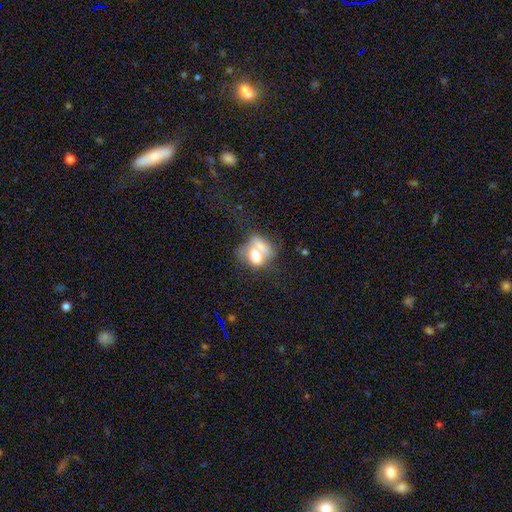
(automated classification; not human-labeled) Smooth or featured?
  - smooth: 64% *
  - featured or disk: 27%
  - star or artifact: 10%
How rounded?
  - in between: 58% *
  - round: 40%
  - cigar-shaped: 2%
Merging?
  - merger: 55% *
  - none: 20%
  - major disturbance: 13%
  - minor disturbance: 12%